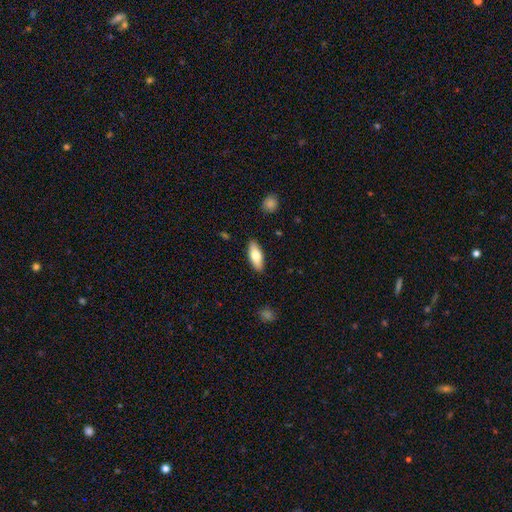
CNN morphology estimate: This appears to be a smooth galaxy with no disk features (74%) that is in between round and cigar-shaped (75%). Merging: none (88%).